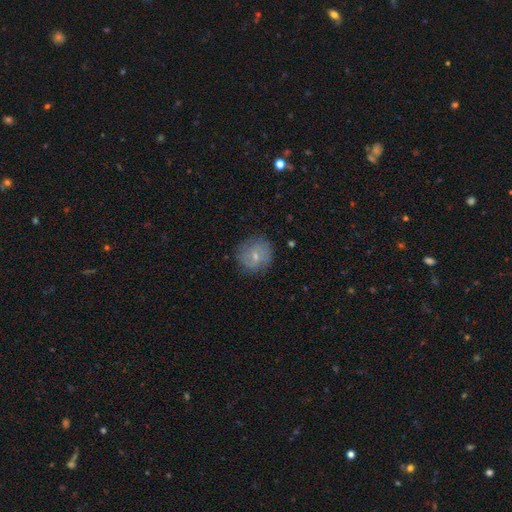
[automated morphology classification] Smooth or featured: smooth — 60% (featured or disk — 32%)
How rounded: round — 89% (in between — 10%)
Merging: none — 79% (minor disturbance — 15%)